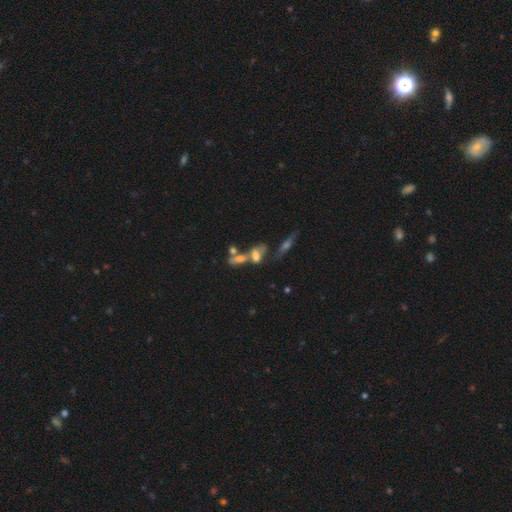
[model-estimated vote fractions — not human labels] smooth_or_featured: smooth (p=0.46) [alt: featured or disk p=0.37]
merging: merger (p=0.55) [alt: none p=0.24]